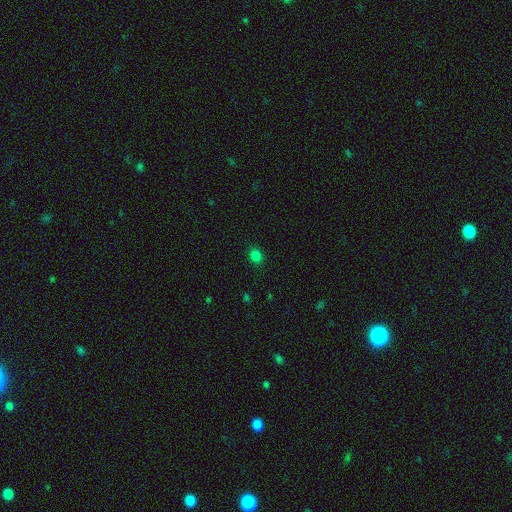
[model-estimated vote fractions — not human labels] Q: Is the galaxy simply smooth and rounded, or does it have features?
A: smooth — 81%.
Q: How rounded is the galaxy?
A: round — 64%.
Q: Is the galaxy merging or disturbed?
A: none — 89%.